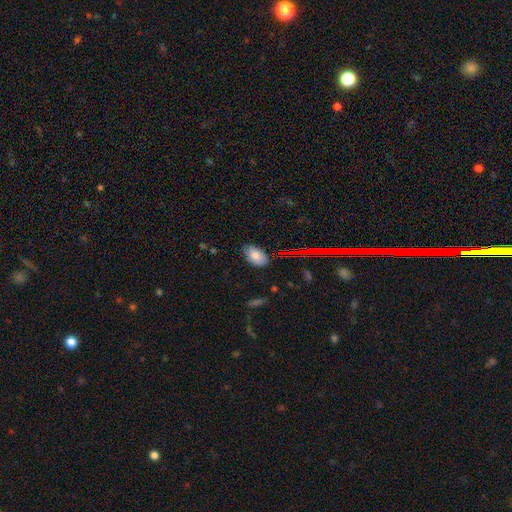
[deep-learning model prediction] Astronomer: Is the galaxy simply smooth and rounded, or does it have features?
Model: smooth — 80%.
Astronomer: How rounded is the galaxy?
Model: in between — 93%.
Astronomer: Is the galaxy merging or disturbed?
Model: none — 77%.